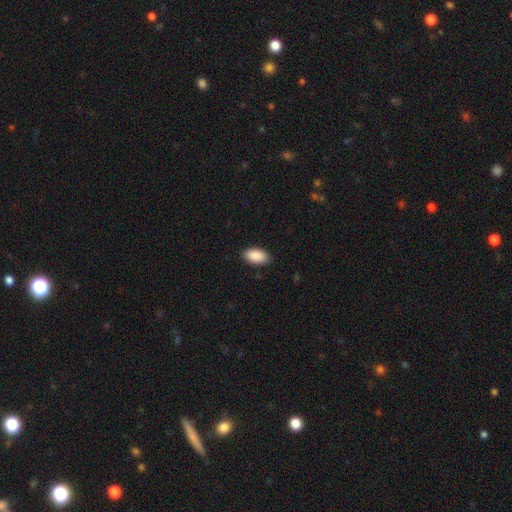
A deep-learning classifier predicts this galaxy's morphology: Smooth or featured? Predicted: smooth (p=0.91). How rounded? Predicted: in between (p=0.95). Merging? Predicted: none (p=0.87).